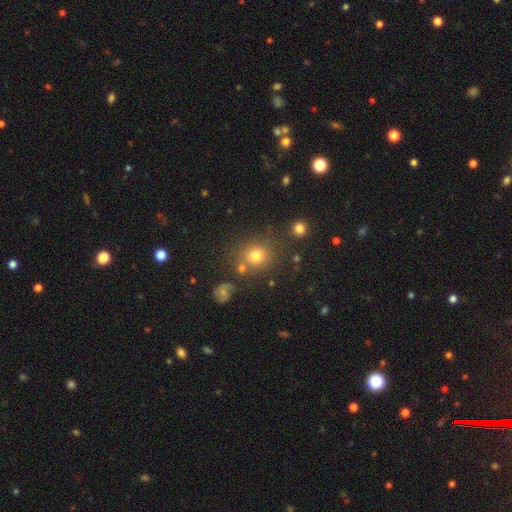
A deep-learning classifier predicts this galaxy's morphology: A smooth galaxy with no disk features (73%) that is round (85%). Merging: none (75%).